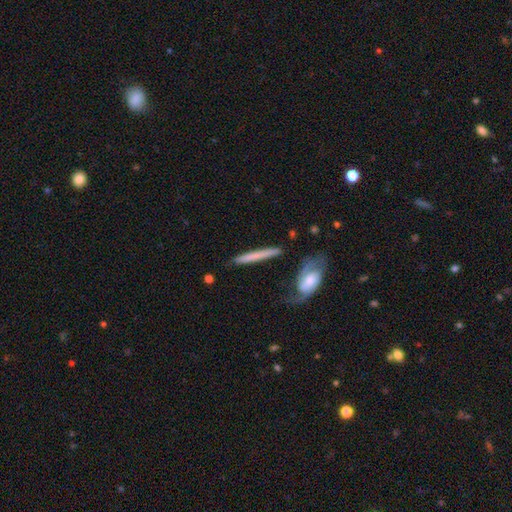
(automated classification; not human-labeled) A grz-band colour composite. It shows a smooth galaxy with no disk features (54%) that is cigar-shaped (93%). Merging: none (77%).